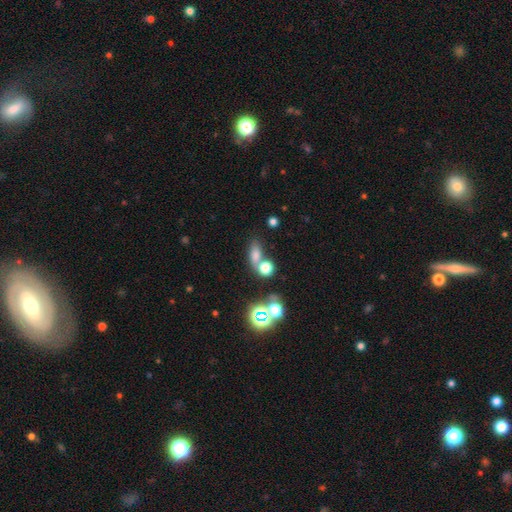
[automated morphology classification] smooth 69%, star or artifact 20%, featured or disk 11%. Down the decision tree: how rounded — in between (63%); merging — none (48%).